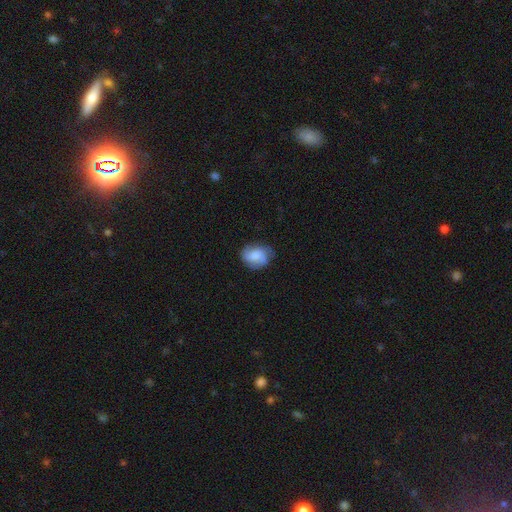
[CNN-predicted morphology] Smooth or featured: smooth — 58% (featured or disk — 34%)
How rounded: in between — 50% (round — 49%)
Merging: none — 71% (minor disturbance — 21%)